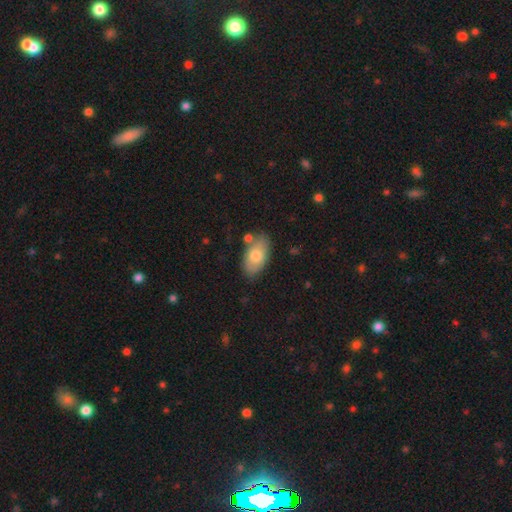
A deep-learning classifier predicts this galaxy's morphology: Q: Smooth or featured?
A: smooth (74%); runner-up: featured or disk (20%)
Q: How rounded?
A: in between (93%); runner-up: round (5%)
Q: Merging?
A: none (72%); runner-up: minor disturbance (17%)